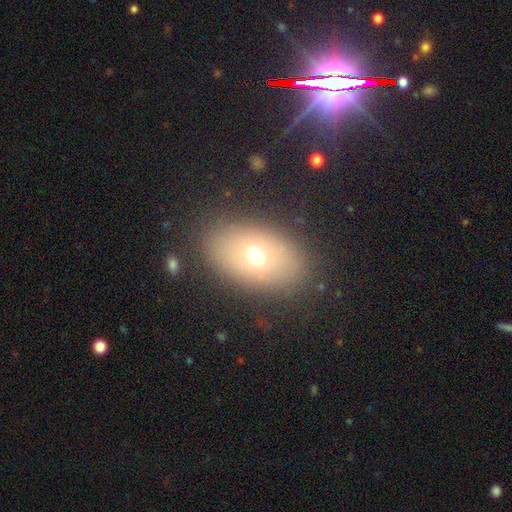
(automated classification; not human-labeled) The model was most divided on "smooth or featured": smooth: 66%, featured or disk: 21%, star or artifact: 13%. More confident: how rounded — in between (83%); merging — none (83%).